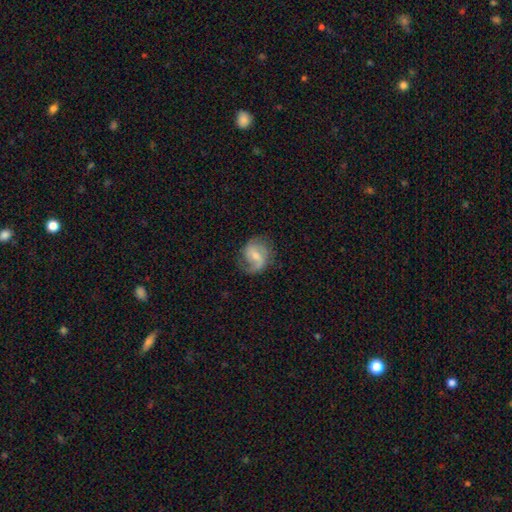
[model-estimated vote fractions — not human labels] smooth-or-featured: featured or disk: 73% | smooth: 20% | star or artifact: 6%
  disk-edge-on: no: 98% | yes: 2%
    bar: weak: 52% | no: 30% | strong: 19%
    has-spiral-arms: yes: 92% | no: 8%
      spiral-winding: medium: 45% | loose: 37% | tight: 19%
      spiral-arm-count: 2: 69% | 1: 20% | can't tell: 7% | 3: 2% | 4: 1% | more than 4: 1%
    bulge-size: moderate: 47% | small: 46% | none: 4% | large: 3% | dominant: 1%
  merging: none: 66% | minor disturbance: 21% | major disturbance: 12% | merger: 1%